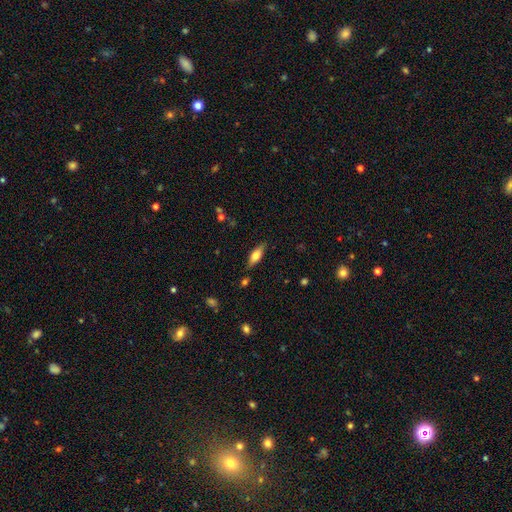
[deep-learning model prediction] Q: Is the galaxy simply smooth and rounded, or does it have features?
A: smooth — 60%.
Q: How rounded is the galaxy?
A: in between — 67%.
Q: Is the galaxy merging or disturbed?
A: none — 81%.